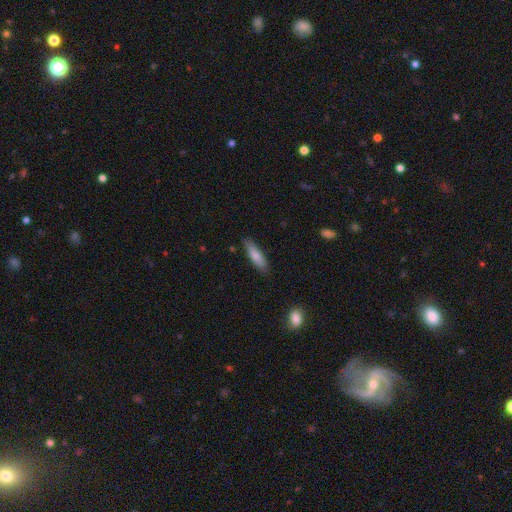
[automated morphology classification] smooth-or-featured: smooth: 78% | featured or disk: 16% | star or artifact: 6%
  how-rounded: cigar-shaped: 67% | in between: 31% | round: 2%
  merging: none: 86% | minor disturbance: 11% | major disturbance: 2% | merger: 1%